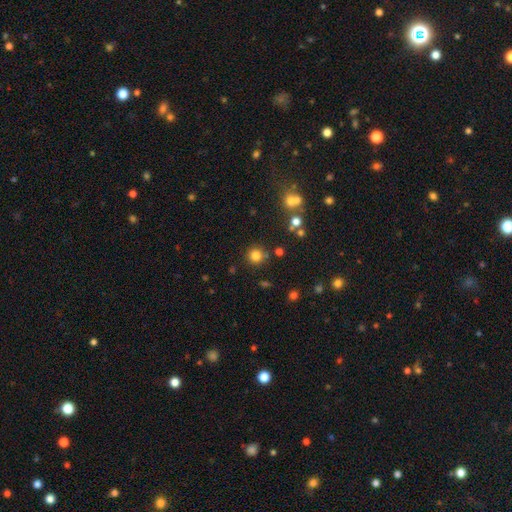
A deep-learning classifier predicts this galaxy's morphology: This appears to be a smooth galaxy with no disk features (79%) that is round (93%). Merging: none (84%).